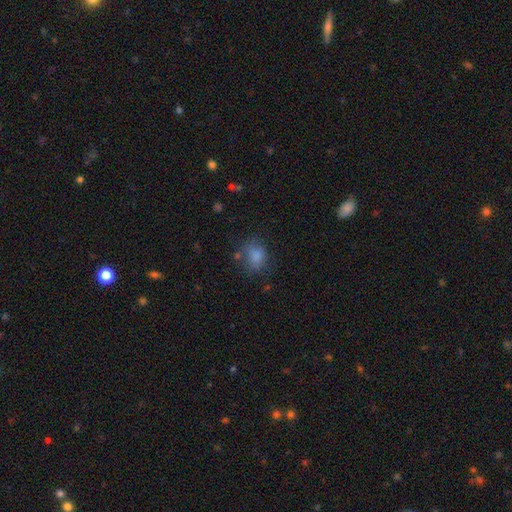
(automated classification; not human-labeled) Smooth or featured? smooth (79%)
How rounded? in between (57%)
Merging? none (60%)